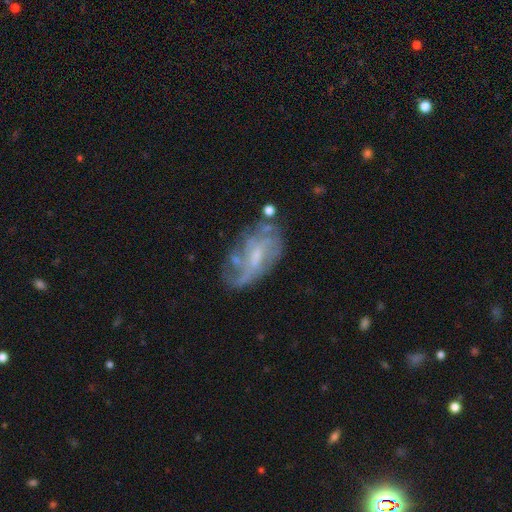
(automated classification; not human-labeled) smooth-or-featured: featured or disk: 70% | smooth: 21% | star or artifact: 9%
  disk-edge-on: no: 95% | yes: 5%
    bar: no: 49% | weak: 43% | strong: 8%
    has-spiral-arms: yes: 70% | no: 30%
    bulge-size: small: 54% | moderate: 26% | none: 17% | large: 2% | dominant: 1%
  merging: none: 52% | minor disturbance: 24% | major disturbance: 18% | merger: 7%